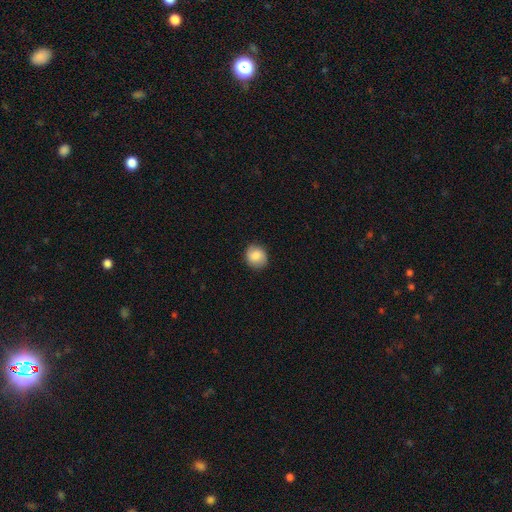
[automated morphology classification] smooth_or_featured: smooth (p=0.83) [alt: featured or disk p=0.09]
how_rounded: round (p=0.77) [alt: in between p=0.22]
merging: none (p=0.86) [alt: minor disturbance p=0.11]